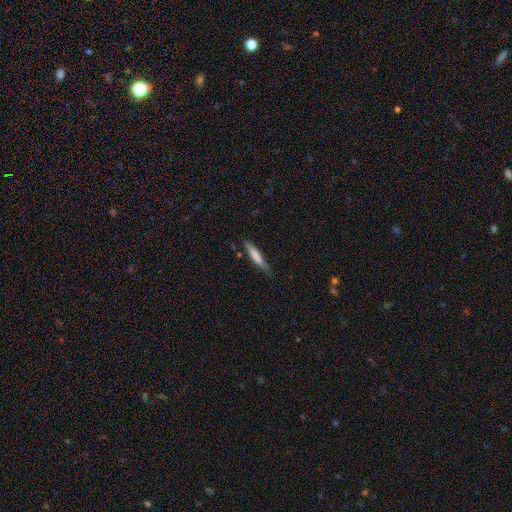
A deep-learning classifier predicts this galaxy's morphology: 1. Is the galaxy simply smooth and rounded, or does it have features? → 73% smooth, 21% featured or disk, 6% star or artifact.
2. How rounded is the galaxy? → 88% cigar-shaped, 11% in between, 1% round.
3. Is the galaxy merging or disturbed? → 70% none, 23% minor disturbance, 4% major disturbance, 2% merger.